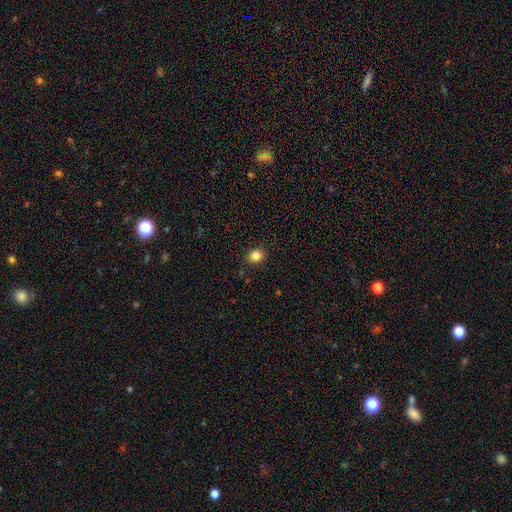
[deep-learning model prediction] Smooth or featured? Predicted: smooth (p=0.84). How rounded? Predicted: round (p=0.70). Merging? Predicted: none (p=0.89).